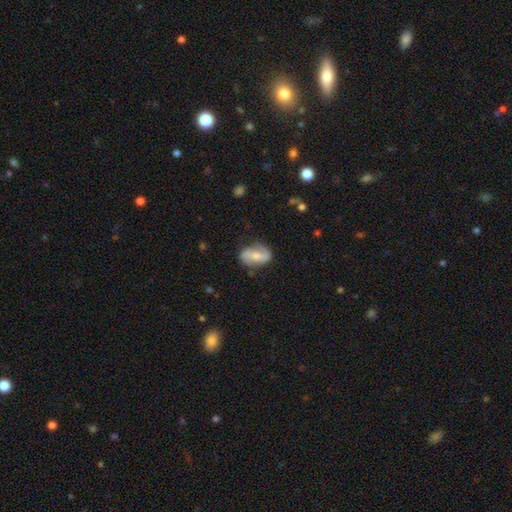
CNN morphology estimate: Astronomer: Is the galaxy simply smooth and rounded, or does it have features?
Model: featured or disk — 57% (runner-up: smooth, 37%).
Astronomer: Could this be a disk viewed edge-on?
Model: no — 94%.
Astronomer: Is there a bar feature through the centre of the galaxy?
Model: weak — 35% (runner-up: strong, 33%).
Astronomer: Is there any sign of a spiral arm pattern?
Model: yes — 78%.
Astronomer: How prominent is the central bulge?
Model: moderate — 55% (runner-up: small, 38%).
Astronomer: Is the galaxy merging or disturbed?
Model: none — 75%.